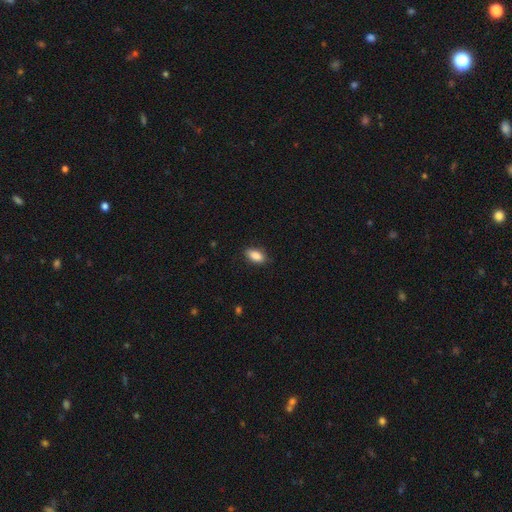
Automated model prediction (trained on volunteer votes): Smooth or featured? smooth (87%)
How rounded? in between (89%)
Merging? none (83%)